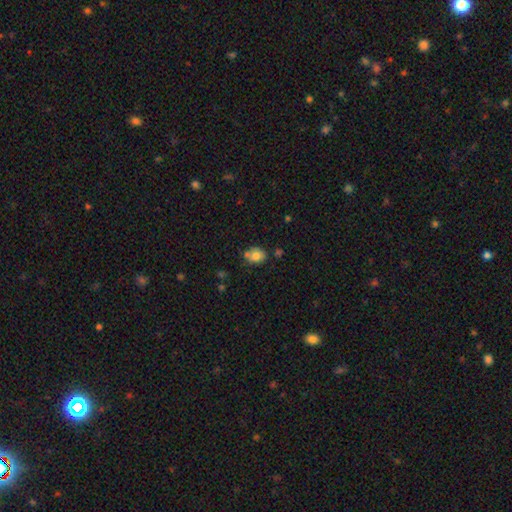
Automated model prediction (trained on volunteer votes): A smooth galaxy with no disk features (76%) that is in between round and cigar-shaped (50%).

Vote fractions:
- Smooth or featured? smooth: 76% / featured or disk: 14% / star or artifact: 10%
- How rounded? in between: 50% / round: 49% / cigar-shaped: 1%
- Merging? none: 63% / minor disturbance: 19% / merger: 14% / major disturbance: 4%